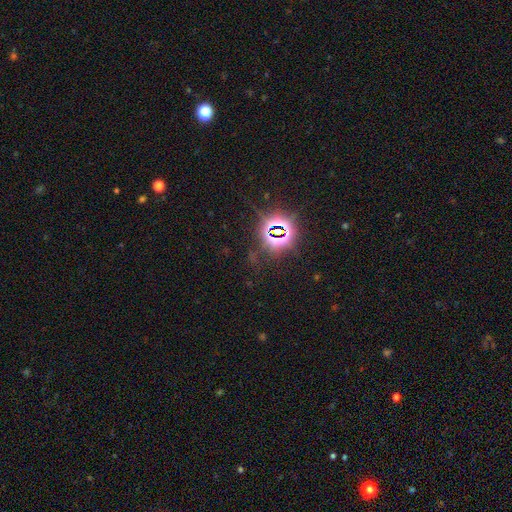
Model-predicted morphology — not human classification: Q: Smooth or featured?
A: star or artifact (80%); runner-up: smooth (12%)